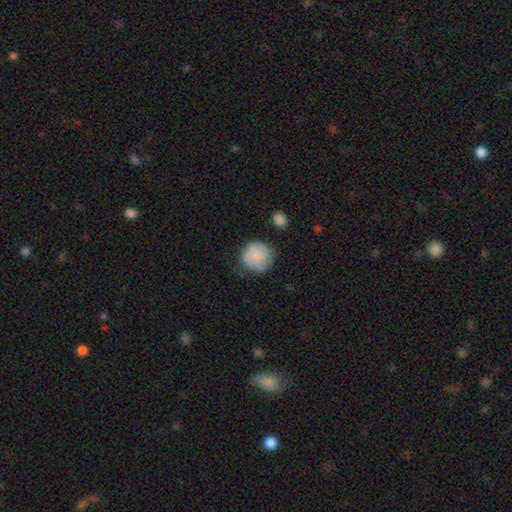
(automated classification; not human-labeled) Smooth or featured?
  - smooth: 82% *
  - featured or disk: 12%
  - star or artifact: 7%
How rounded?
  - round: 91% *
  - in between: 8%
  - cigar-shaped: 1%
Merging?
  - none: 67% *
  - minor disturbance: 24%
  - major disturbance: 7%
  - merger: 3%